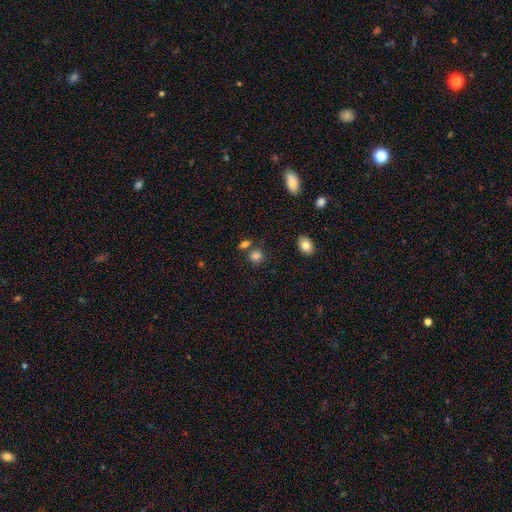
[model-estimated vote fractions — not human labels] The model was most divided on "merging": none: 66%, merger: 19%, minor disturbance: 11%, major disturbance: 4%. More confident: smooth or featured — smooth (83%); how rounded — round (75%).